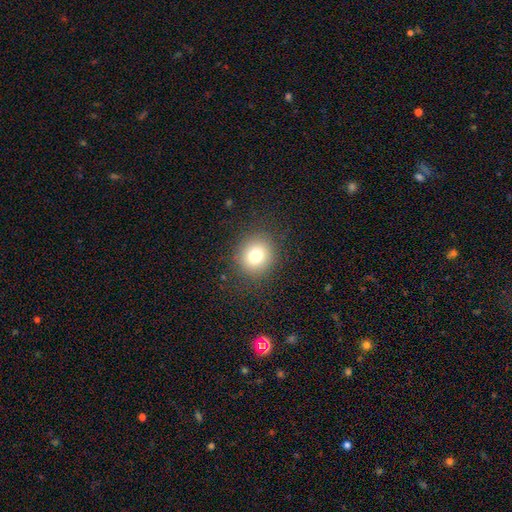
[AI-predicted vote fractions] Q: Smooth or featured?
A: smooth (77%); runner-up: star or artifact (13%)
Q: How rounded?
A: round (82%); runner-up: in between (17%)
Q: Merging?
A: none (87%); runner-up: minor disturbance (8%)